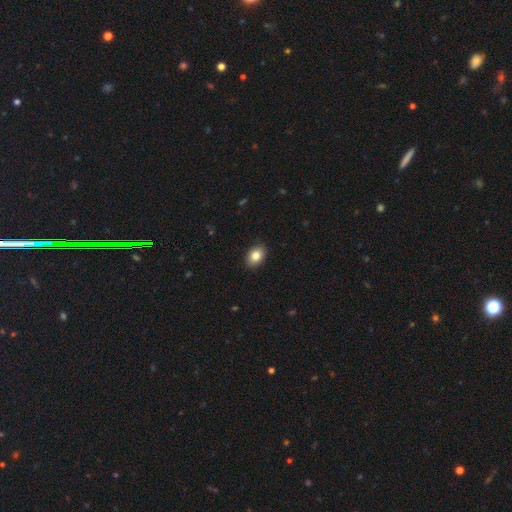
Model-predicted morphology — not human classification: Smooth or featured: smooth — 83% (featured or disk — 8%)
How rounded: in between — 77% (round — 22%)
Merging: none — 89% (minor disturbance — 8%)